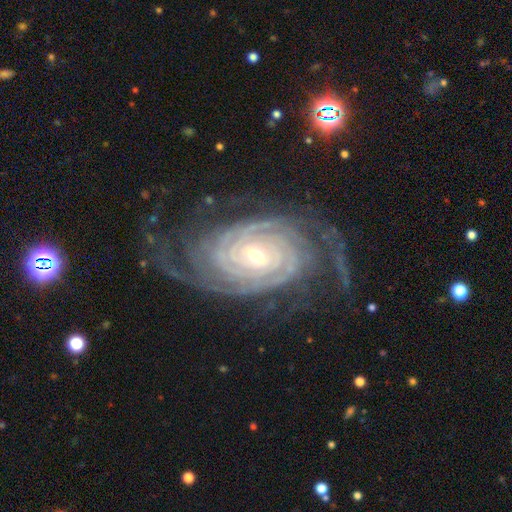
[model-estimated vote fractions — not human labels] A featured or disk galaxy (93%) with no bar (52%), 4 (22%) tight (82%) spiral arms (99%) and a small central bulge (56%). Merging: none (71%).